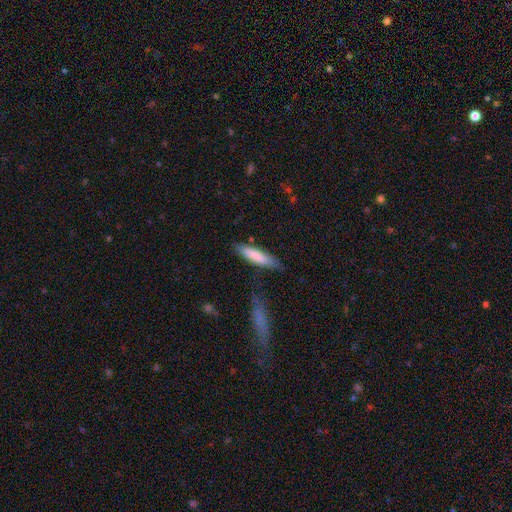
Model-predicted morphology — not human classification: A smooth galaxy with no disk features (79%) that is cigar-shaped (79%). Merging: none (79%).